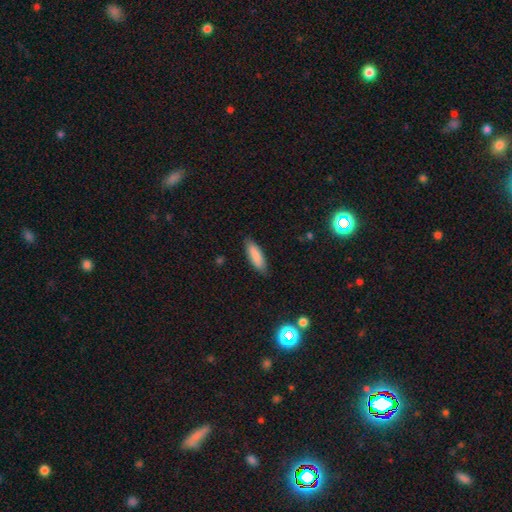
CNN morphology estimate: A smooth galaxy with no disk features (86%) that is in between round and cigar-shaped (51%). Merging: none (85%).